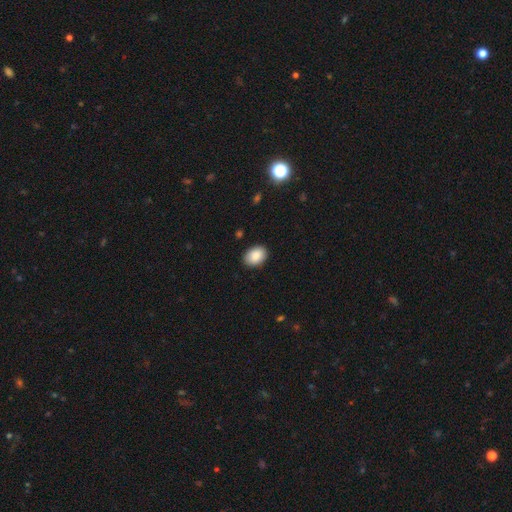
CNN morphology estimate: The model was most divided on "how rounded": in between: 77%, round: 22%, cigar-shaped: 1%. More confident: smooth or featured — smooth (89%); merging — none (88%).